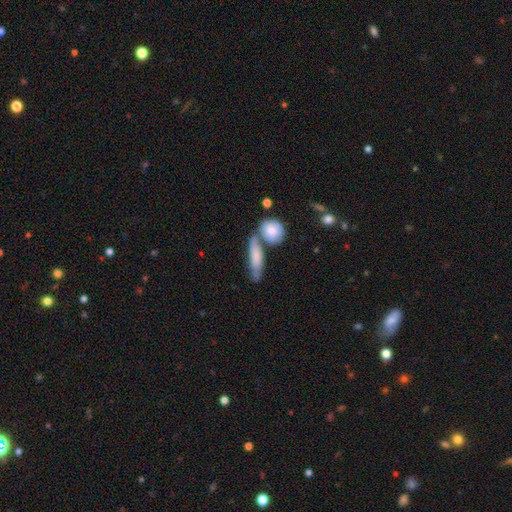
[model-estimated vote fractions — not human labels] smooth-or-featured: smooth: 67% | featured or disk: 27% | star or artifact: 6%
  how-rounded: cigar-shaped: 54% | in between: 40% | round: 6%
  merging: none: 45% | merger: 33% | minor disturbance: 16% | major disturbance: 6%